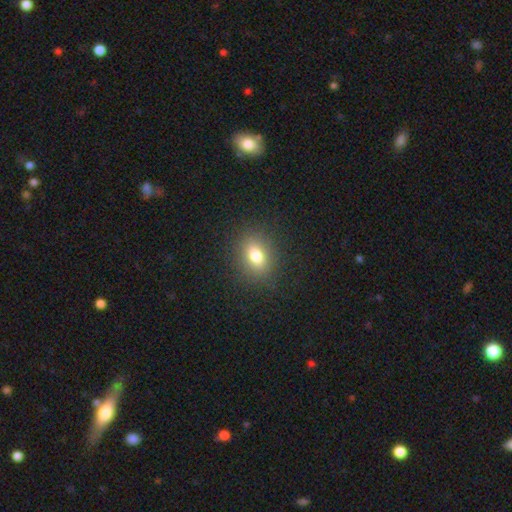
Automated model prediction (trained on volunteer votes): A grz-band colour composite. It shows a smooth galaxy with no disk features (78%) that is in between round and cigar-shaped (63%). Merging: none (87%).